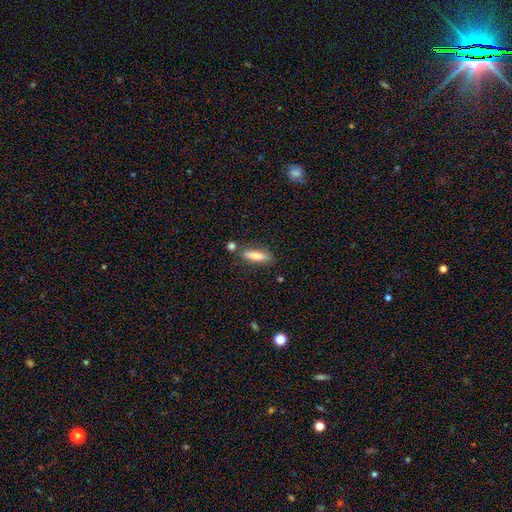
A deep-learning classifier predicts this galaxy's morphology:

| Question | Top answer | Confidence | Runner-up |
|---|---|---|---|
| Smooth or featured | smooth | 72% | featured or disk (21%) |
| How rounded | cigar-shaped | 67% | in between (31%) |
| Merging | none | 76% | minor disturbance (12%) |